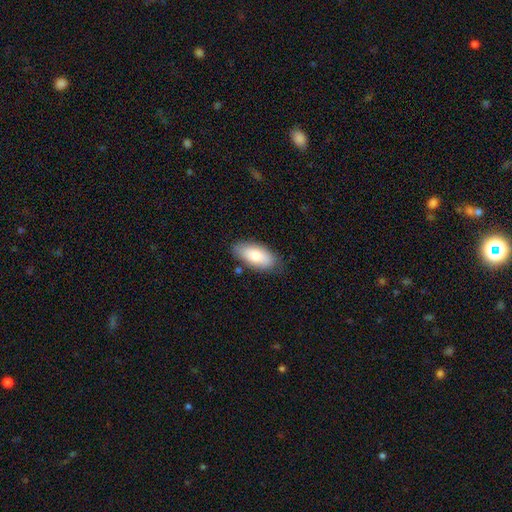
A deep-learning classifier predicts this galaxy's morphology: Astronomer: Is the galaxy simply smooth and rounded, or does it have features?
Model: smooth — 83%.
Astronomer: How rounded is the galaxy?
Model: in between — 88%.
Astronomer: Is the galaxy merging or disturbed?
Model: none — 78%.